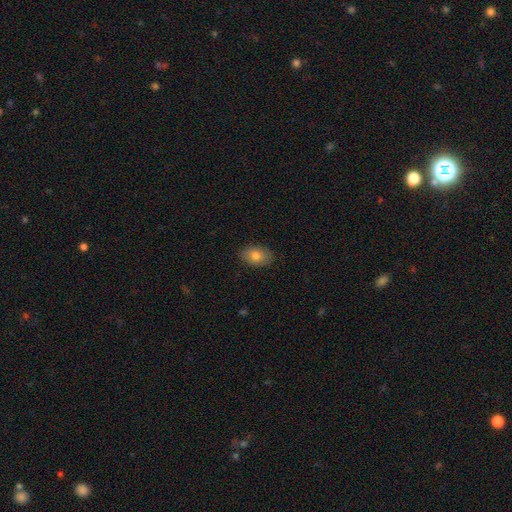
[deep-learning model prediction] Smooth or featured: smooth — 81% (featured or disk — 11%)
How rounded: in between — 85% (round — 14%)
Merging: none — 87% (minor disturbance — 10%)